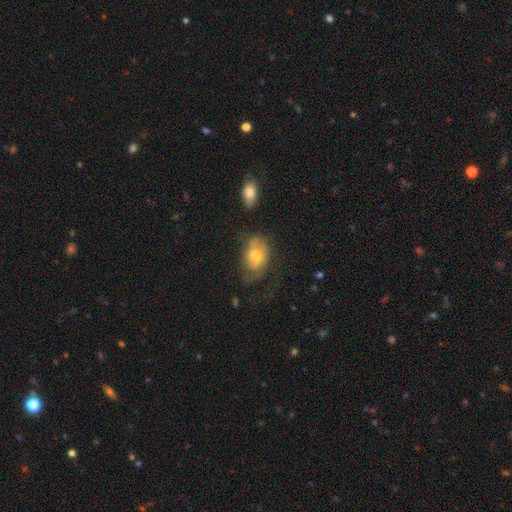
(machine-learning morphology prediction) smooth_or_featured: smooth (p=0.56) [alt: featured or disk p=0.36]
how_rounded: in between (p=0.87) [alt: round p=0.12]
merging: none (p=0.39) [alt: minor disturbance p=0.28]